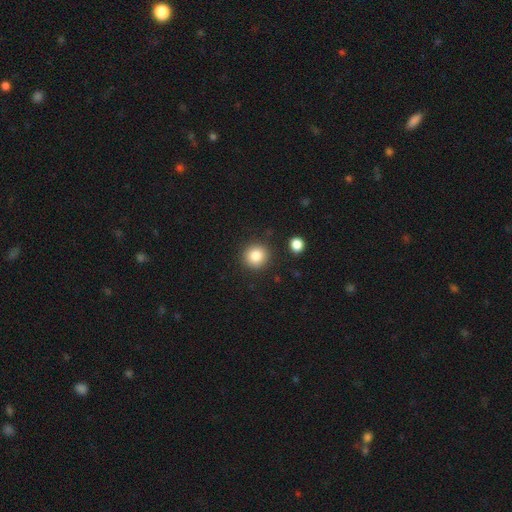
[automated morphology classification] Overall: smooth (84%). How rounded: round (92%). Merging: none (88%).